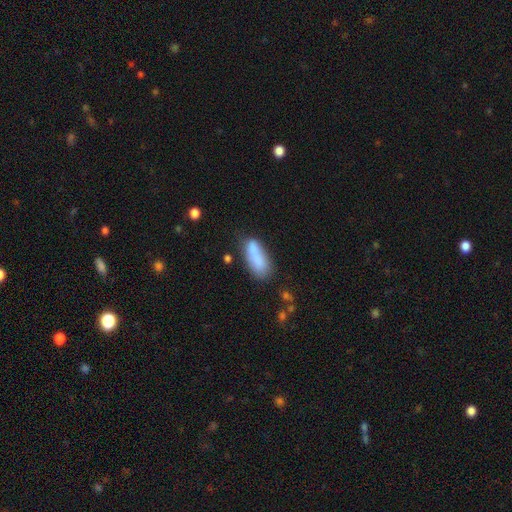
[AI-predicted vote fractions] This is clearly a smooth galaxy (82%). How rounded: likely in between (68%). Merging: possibly none (57%).